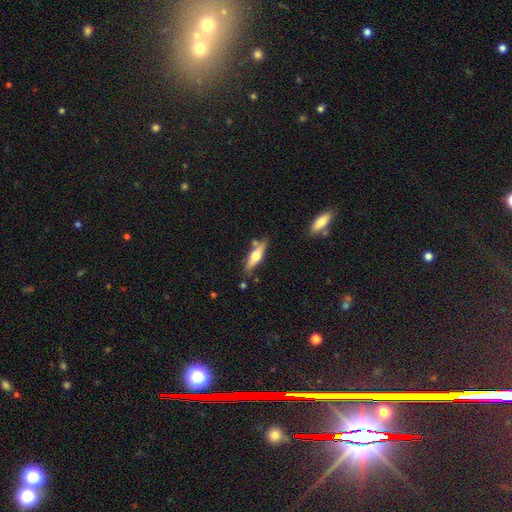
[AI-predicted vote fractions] featured or disk 54%, smooth 40%, star or artifact 6%. Down the decision tree: edge-on disk — yes (92%); merging — none (76%).